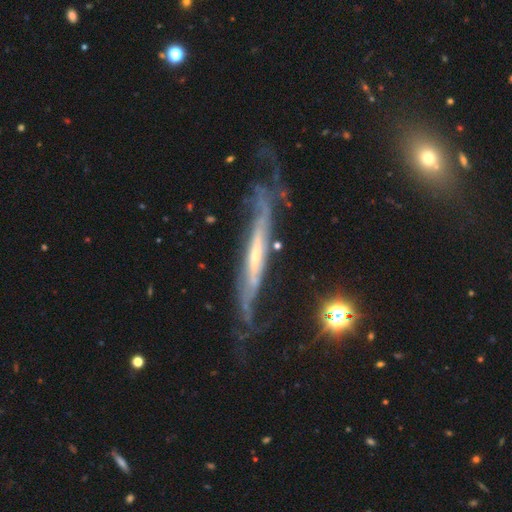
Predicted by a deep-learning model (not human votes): Smooth or featured? Predicted: featured or disk (p=0.82). Edge-on disk? Predicted: yes (p=0.60). Merging? Predicted: none (p=0.56).